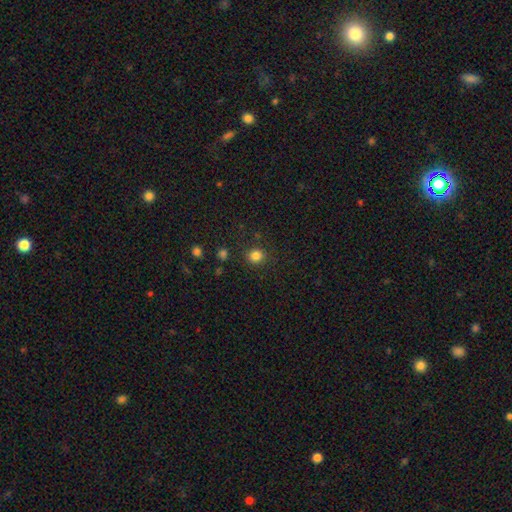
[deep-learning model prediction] Smooth or featured: smooth — 83% (star or artifact — 13%)
How rounded: round — 87% (in between — 12%)
Merging: none — 87% (minor disturbance — 8%)